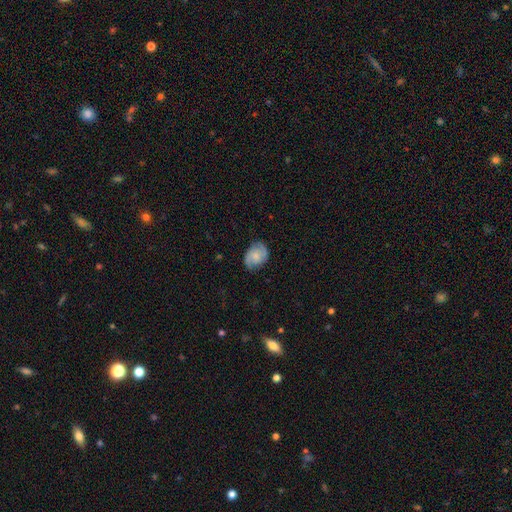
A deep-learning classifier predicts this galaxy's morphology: Smooth or featured? Predicted: featured or disk (p=0.49). Merging? Predicted: none (p=0.75).